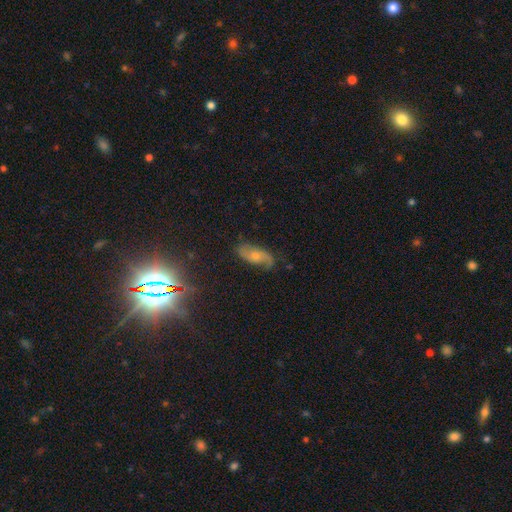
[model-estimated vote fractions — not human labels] Smooth or featured?
  - featured or disk: 60% *
  - smooth: 29%
  - star or artifact: 11%
Edge-on disk?
  - no: 91% *
  - yes: 9%
Bar?
  - no: 67% *
  - weak: 27%
  - strong: 6%
Spiral arms?
  - yes: 89% *
  - no: 11%
Bulge size?
  - moderate: 45% *
  - small: 44%
  - none: 6%
  - large: 4%
  - dominant: 1%
Merging?
  - none: 72% *
  - minor disturbance: 20%
  - major disturbance: 7%
  - merger: 2%